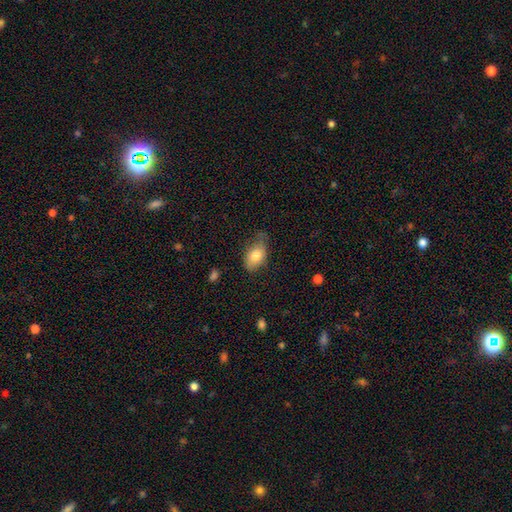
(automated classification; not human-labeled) Overall: smooth (79%). How rounded: in between (90%). Merging: none (57%; minor disturbance 33%).